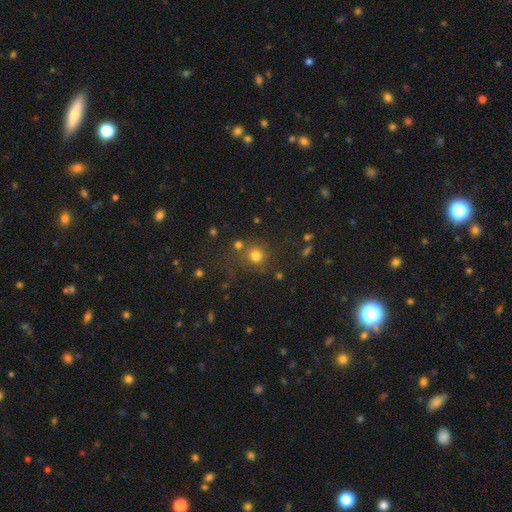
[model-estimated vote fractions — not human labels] Smooth or featured?
  - smooth: 75% *
  - star or artifact: 17%
  - featured or disk: 7%
How rounded?
  - round: 90% *
  - in between: 9%
  - cigar-shaped: 1%
Merging?
  - none: 71% *
  - merger: 13%
  - minor disturbance: 10%
  - major disturbance: 6%